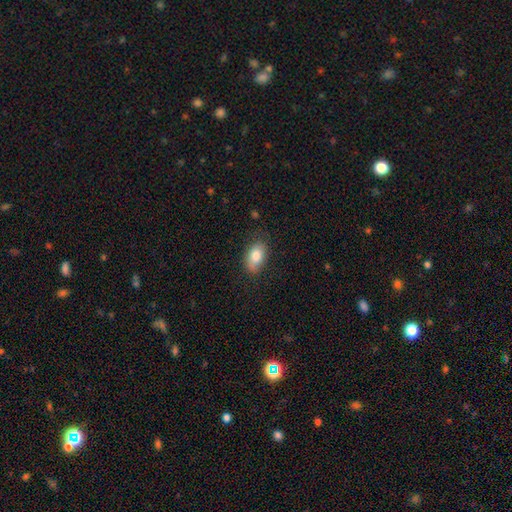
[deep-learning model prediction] smooth 80%, featured or disk 13%, star or artifact 7%. Down the decision tree: how rounded — in between (90%); merging — none (76%).